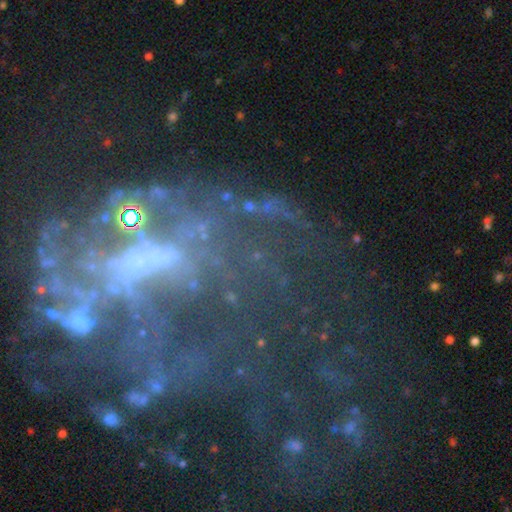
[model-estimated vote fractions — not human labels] The model was most divided on "merging": none: 40%, major disturbance: 37%, minor disturbance: 14%, merger: 8%. More confident: edge-on disk — no (96%); smooth or featured — featured or disk (66%); spiral arms — no (57%); bar — no (56%); bulge size — none (51%).